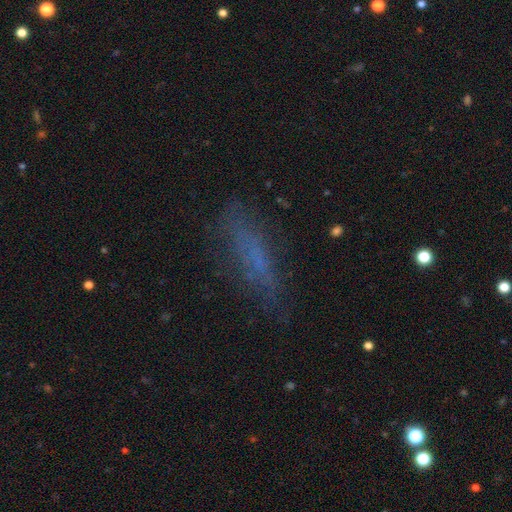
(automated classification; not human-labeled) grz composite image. It shows a smooth galaxy with no disk features (54%) that is cigar-shaped (68%). Merging: none (68%).